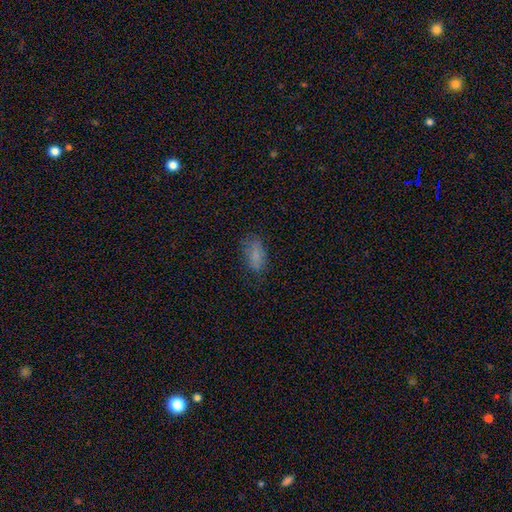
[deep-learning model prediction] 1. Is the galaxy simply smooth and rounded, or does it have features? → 77% smooth, 13% star or artifact, 10% featured or disk.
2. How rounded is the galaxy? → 88% in between, 8% cigar-shaped, 4% round.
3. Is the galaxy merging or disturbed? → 69% none, 21% minor disturbance, 9% major disturbance, 2% merger.